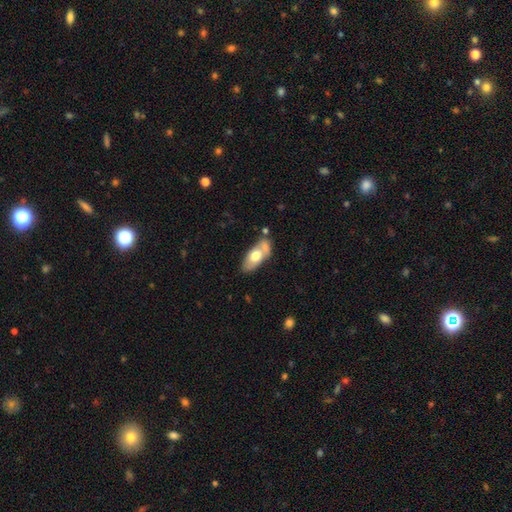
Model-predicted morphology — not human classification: Overall: smooth (61%; featured or disk 33%). How rounded: in between (85%). Merging: none (51%; minor disturbance 21%).